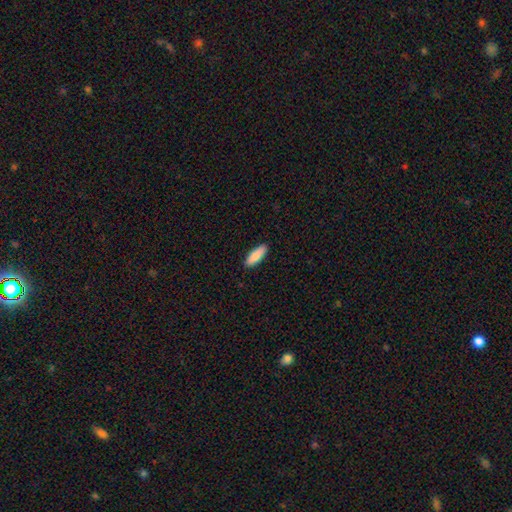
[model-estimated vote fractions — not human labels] Smooth or featured? Predicted: smooth (p=0.86). How rounded? Predicted: in between (p=0.61). Merging? Predicted: none (p=0.90).